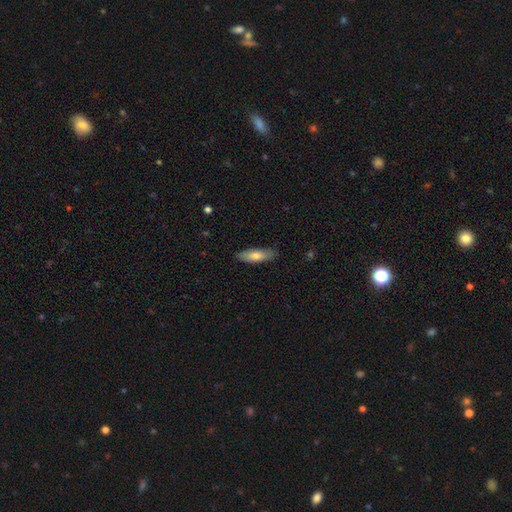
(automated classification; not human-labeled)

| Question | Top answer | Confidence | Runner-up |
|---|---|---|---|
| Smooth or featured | smooth | 70% | featured or disk (24%) |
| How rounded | cigar-shaped | 50% | in between (48%) |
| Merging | none | 87% | minor disturbance (10%) |